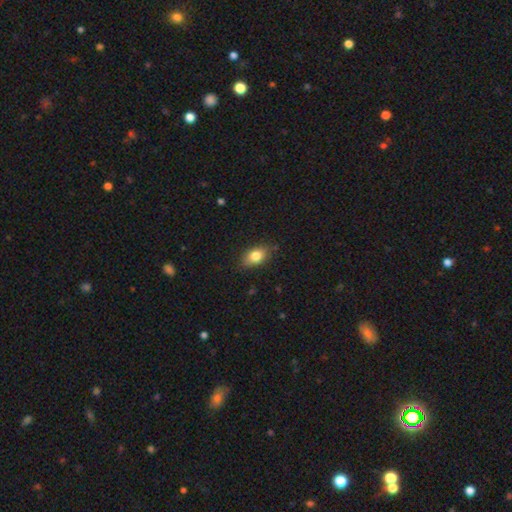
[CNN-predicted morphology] This appears to be a smooth galaxy with no disk features (79%) that is in between round and cigar-shaped (82%). Merging: none (80%).